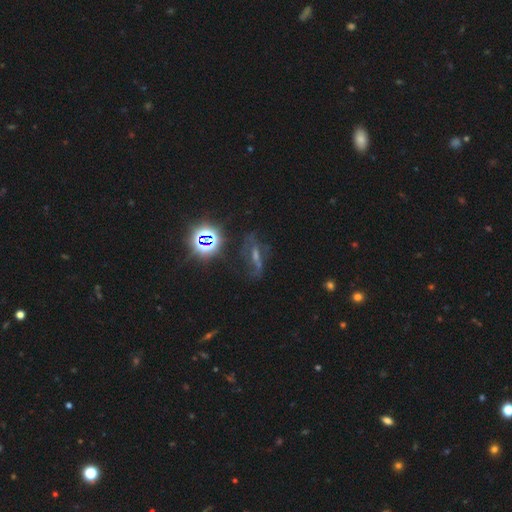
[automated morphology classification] Smooth or featured? Predicted: featured or disk (p=0.46). Merging? Predicted: none (p=0.59).